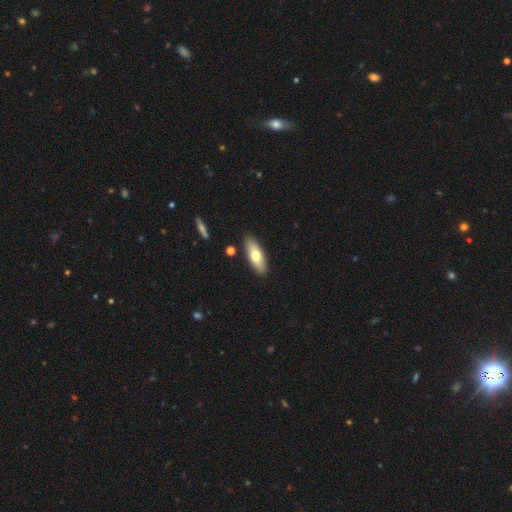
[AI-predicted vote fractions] Overall: smooth (70%). How rounded: in between (68%; cigar-shaped 30%). Merging: none (87%).